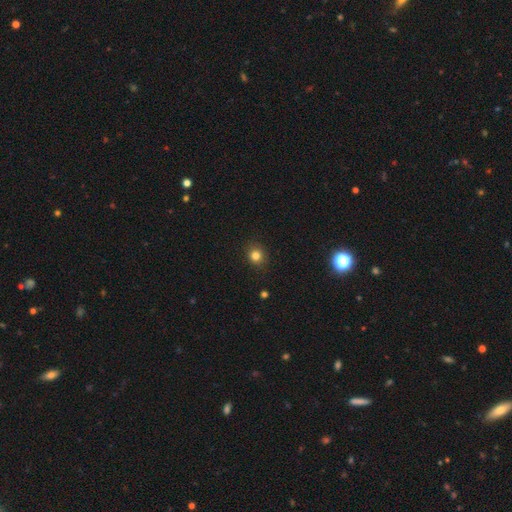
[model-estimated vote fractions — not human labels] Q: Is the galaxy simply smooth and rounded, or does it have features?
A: smooth — 81%.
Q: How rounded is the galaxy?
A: round — 83%.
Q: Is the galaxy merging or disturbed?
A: none — 90%.